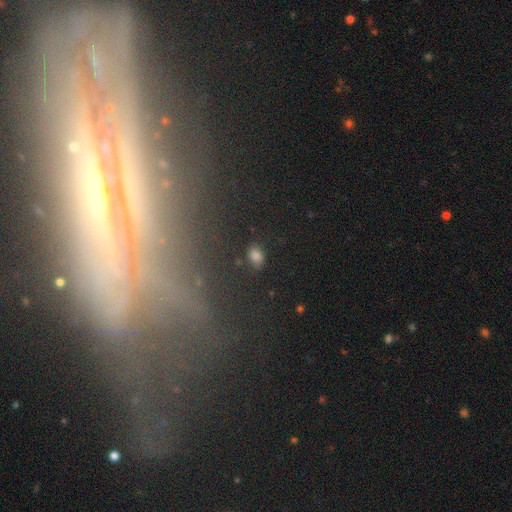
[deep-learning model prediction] Q: Smooth or featured?
A: smooth (67%); runner-up: star or artifact (23%)
Q: How rounded?
A: in between (74%); runner-up: round (22%)
Q: Merging?
A: none (82%); runner-up: minor disturbance (10%)